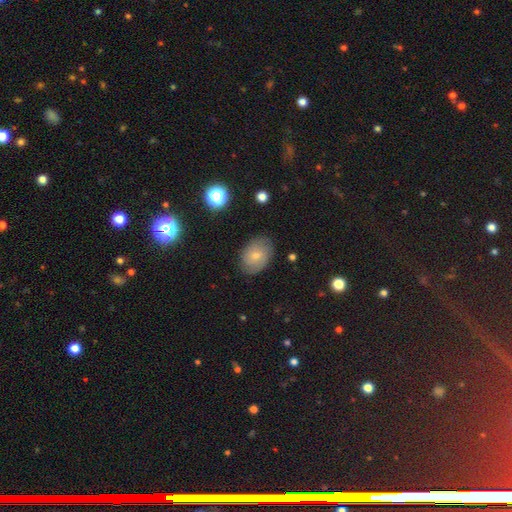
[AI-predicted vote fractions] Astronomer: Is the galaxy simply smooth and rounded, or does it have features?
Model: smooth — 60%.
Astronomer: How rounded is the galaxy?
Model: in between — 79%.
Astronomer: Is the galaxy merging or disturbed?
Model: none — 78%.